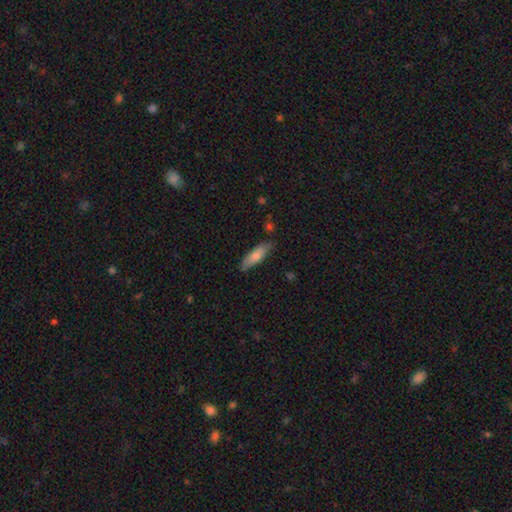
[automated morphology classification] Q: Smooth or featured?
A: smooth (71%); runner-up: featured or disk (23%)
Q: How rounded?
A: cigar-shaped (53%); runner-up: in between (45%)
Q: Merging?
A: none (80%); runner-up: minor disturbance (16%)